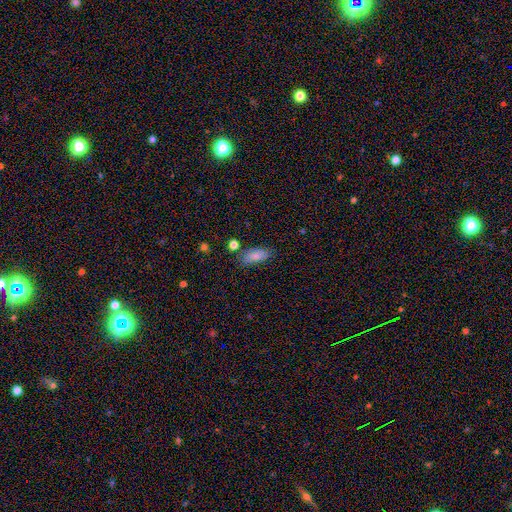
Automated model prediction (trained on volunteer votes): A smooth galaxy with no disk features (81%) that is in between round and cigar-shaped (87%). Merging: none (74%).